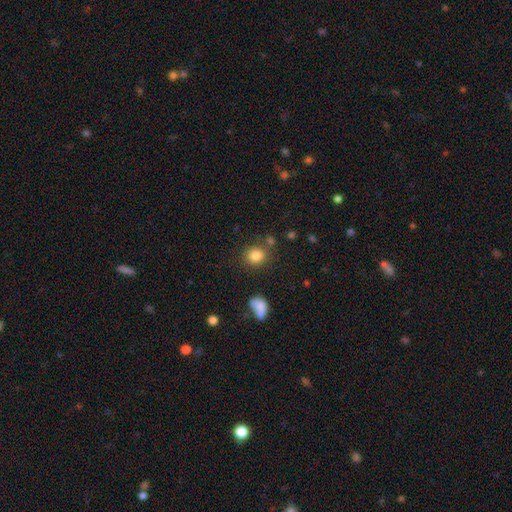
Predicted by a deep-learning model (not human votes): A smooth galaxy with no disk features (84%) that is round (75%). Merging: none (74%).